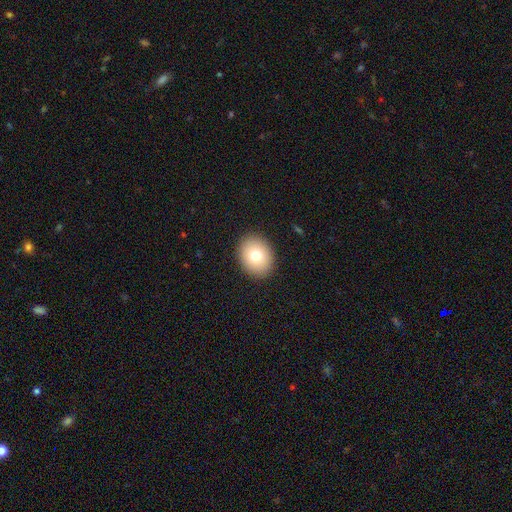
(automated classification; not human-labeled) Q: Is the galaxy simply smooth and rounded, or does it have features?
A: smooth — 76%.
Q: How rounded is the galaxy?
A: in between — 50%.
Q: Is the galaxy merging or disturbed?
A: none — 91%.